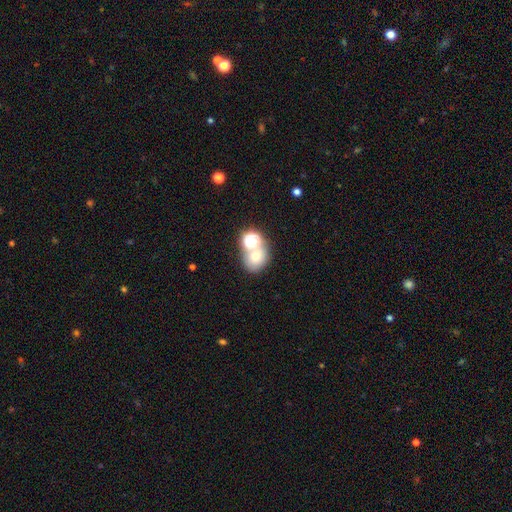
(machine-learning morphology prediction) Smooth or featured? smooth (64%)
How rounded? round (64%)
Merging? none (45%)